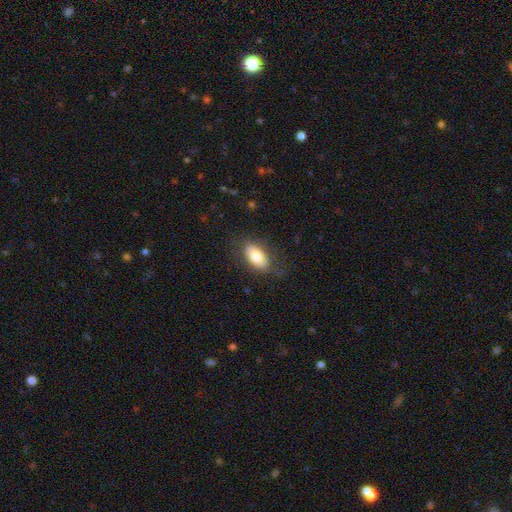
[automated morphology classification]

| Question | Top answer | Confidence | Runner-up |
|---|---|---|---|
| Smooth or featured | smooth | 77% | featured or disk (16%) |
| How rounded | in between | 91% | cigar-shaped (4%) |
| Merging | none | 77% | minor disturbance (16%) |